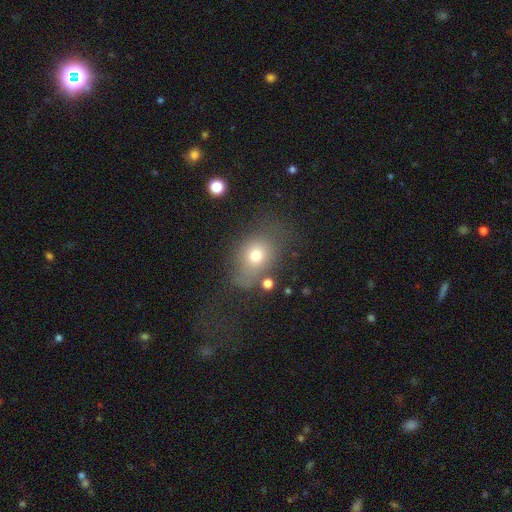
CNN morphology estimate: Smooth or featured? Predicted: smooth (p=0.69). How rounded? Predicted: in between (p=0.57). Merging? Predicted: none (p=0.51).